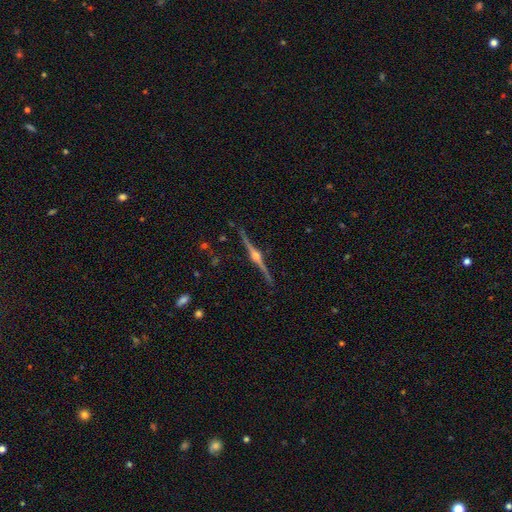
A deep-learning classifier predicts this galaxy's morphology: Smooth or featured?
  - featured or disk: 89% *
  - star or artifact: 6%
  - smooth: 5%
Edge-on disk?
  - yes: 99% *
  - no: 1%
Edge-on bulge?
  - rounded: 96% *
  - boxy: 3%
  - none: 2%
Merging?
  - none: 90% *
  - minor disturbance: 8%
  - major disturbance: 1%
  - merger: 1%